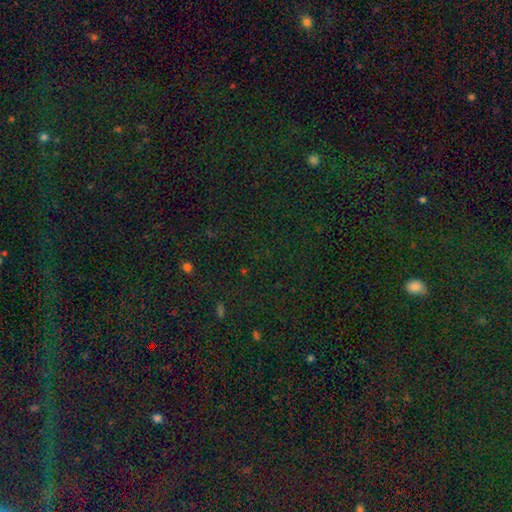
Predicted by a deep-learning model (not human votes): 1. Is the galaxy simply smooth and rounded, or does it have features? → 80% star or artifact, 12% smooth, 8% featured or disk.